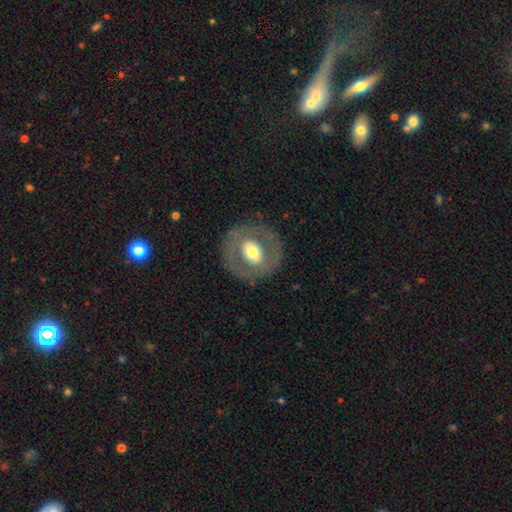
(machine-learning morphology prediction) featured or disk 58%, smooth 31%, star or artifact 11%. Down the decision tree: edge-on disk — no (91%); bar — no (60%); spiral arms — no (68%); bulge size — moderate (67%); merging — none (83%).